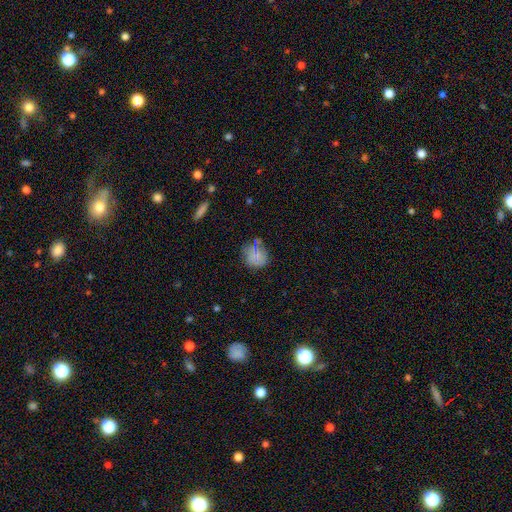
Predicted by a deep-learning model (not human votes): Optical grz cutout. It shows a smooth galaxy with no disk features (63%) that is round (73%). Merging: none (73%).